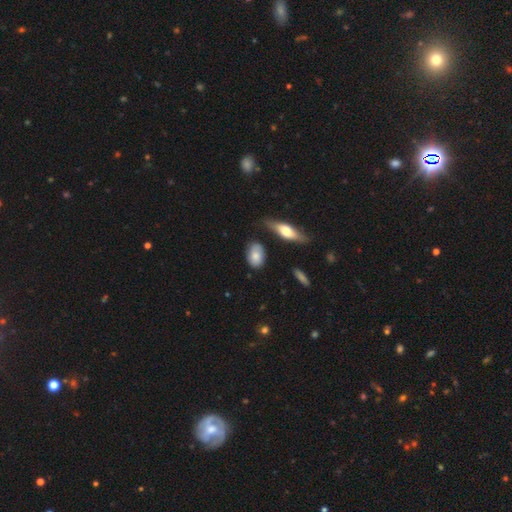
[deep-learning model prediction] Smooth or featured? Predicted: smooth (p=0.76). How rounded? Predicted: in between (p=0.84). Merging? Predicted: none (p=0.71).